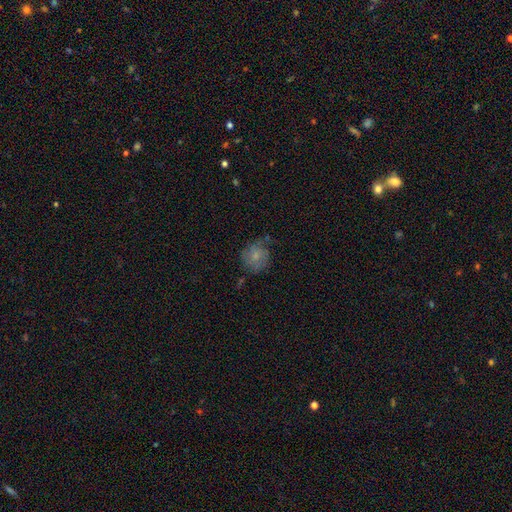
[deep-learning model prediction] Morphology: type=smooth (65%); roundness=round (77%); merging=none (48%).